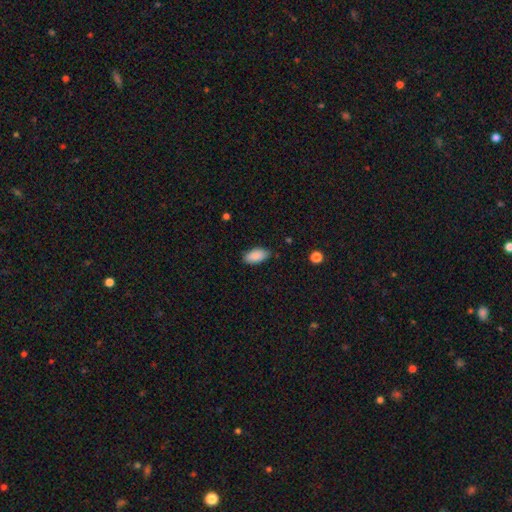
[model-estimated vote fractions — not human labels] Smooth or featured? Predicted: smooth (p=0.90). How rounded? Predicted: in between (p=0.93). Merging? Predicted: none (p=0.84).